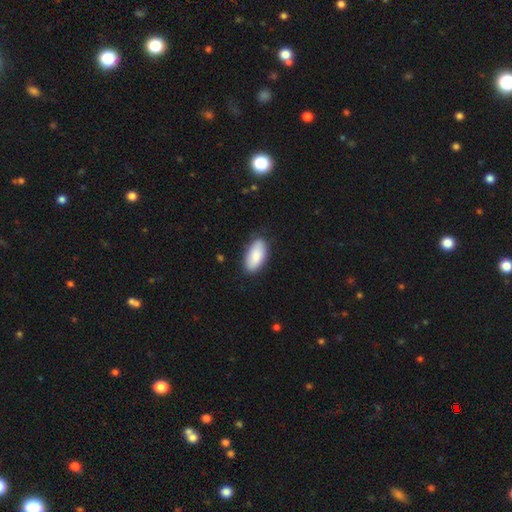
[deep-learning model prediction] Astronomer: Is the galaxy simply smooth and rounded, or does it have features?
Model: smooth — 86%.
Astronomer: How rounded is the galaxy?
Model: in between — 93%.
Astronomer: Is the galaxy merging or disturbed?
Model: none — 82%.